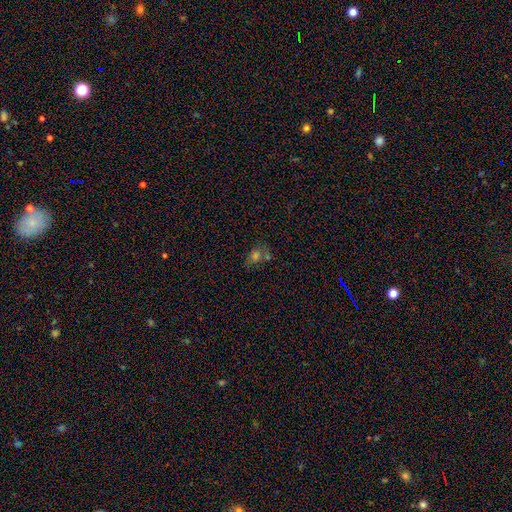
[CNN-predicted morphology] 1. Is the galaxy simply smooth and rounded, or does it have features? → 54% smooth, 29% star or artifact, 16% featured or disk.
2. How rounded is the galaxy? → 51% in between, 47% round, 2% cigar-shaped.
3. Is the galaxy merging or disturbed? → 53% none, 21% merger, 18% minor disturbance, 8% major disturbance.